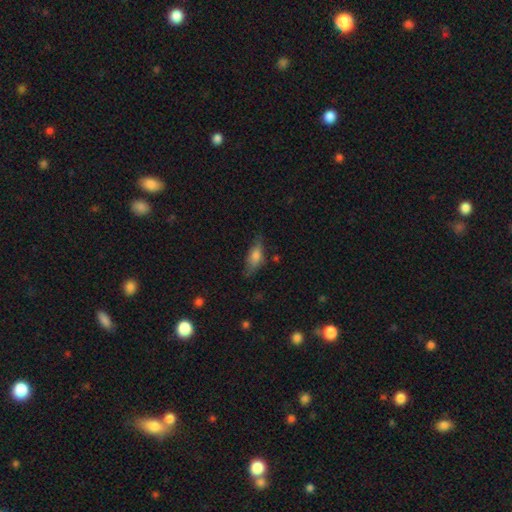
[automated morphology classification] type=smooth (71%); roundness=in between (73%); merging=none (62%).